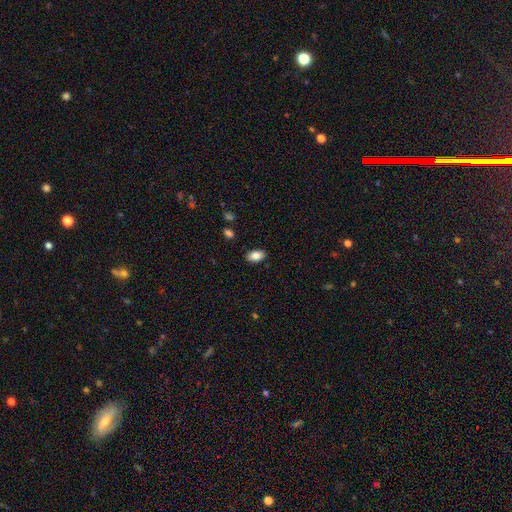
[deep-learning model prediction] Smooth or featured? smooth (85%)
How rounded? in between (91%)
Merging? none (88%)